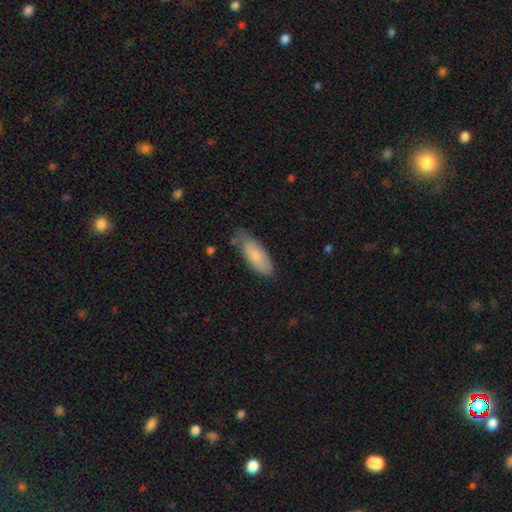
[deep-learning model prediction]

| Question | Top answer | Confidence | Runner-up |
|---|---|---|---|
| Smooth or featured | smooth | 81% | featured or disk (13%) |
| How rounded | in between | 76% | cigar-shaped (22%) |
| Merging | none | 60% | minor disturbance (30%) |